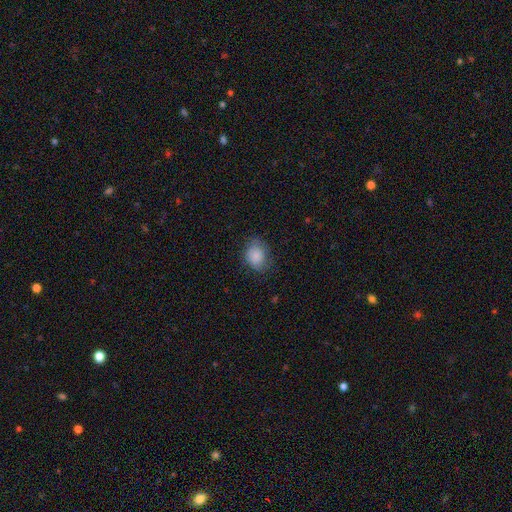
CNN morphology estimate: This appears to be a smooth galaxy with no disk features (84%) that is in between round and cigar-shaped (51%). Merging: none (69%).